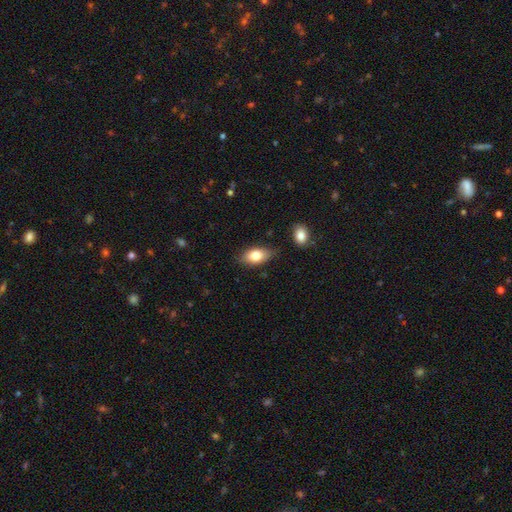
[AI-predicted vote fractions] smooth_or_featured: smooth (p=0.79) [alt: featured or disk p=0.13]
how_rounded: in between (p=0.90) [alt: round p=0.05]
merging: none (p=0.80) [alt: minor disturbance p=0.14]